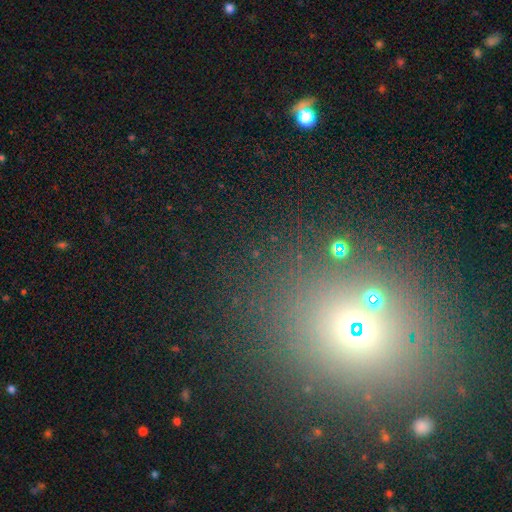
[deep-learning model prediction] Smooth or featured?
  - star or artifact: 52% *
  - smooth: 35%
  - featured or disk: 12%